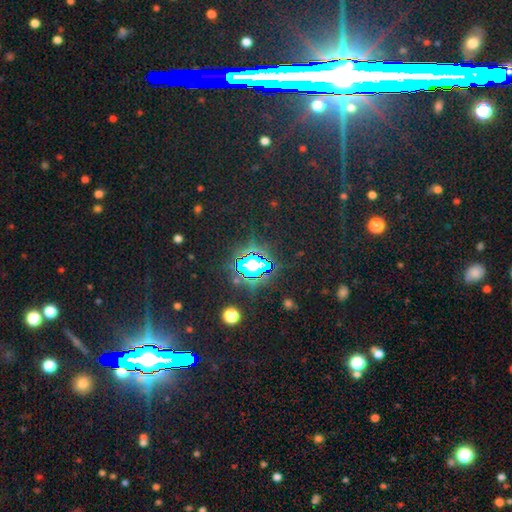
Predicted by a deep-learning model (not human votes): smooth_or_featured: star or artifact (p=0.76) [alt: smooth p=0.15]